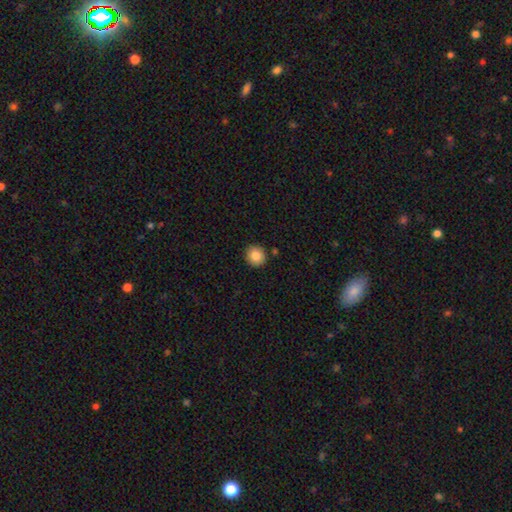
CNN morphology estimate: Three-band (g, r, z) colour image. It shows a smooth galaxy with no disk features (84%) that is round (91%). Merging: none (90%).